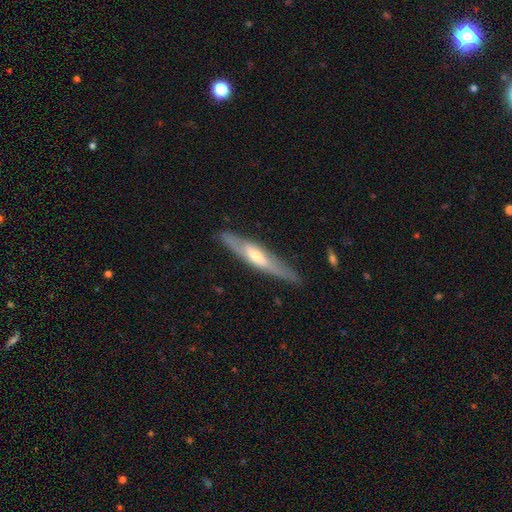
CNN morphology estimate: Q: Smooth or featured?
A: featured or disk (62%); runner-up: smooth (32%)
Q: Edge-on disk?
A: yes (77%); runner-up: no (23%)
Q: Merging?
A: none (83%); runner-up: minor disturbance (12%)